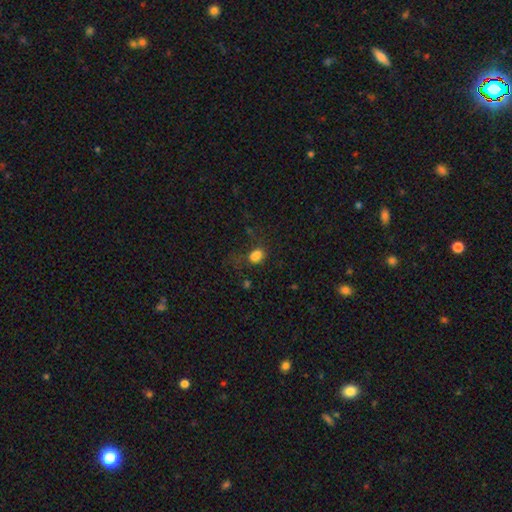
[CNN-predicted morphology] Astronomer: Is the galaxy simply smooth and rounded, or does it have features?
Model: smooth — 76%.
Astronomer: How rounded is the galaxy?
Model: in between — 57% (runner-up: round, 41%).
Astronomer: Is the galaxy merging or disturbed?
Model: none — 47%.